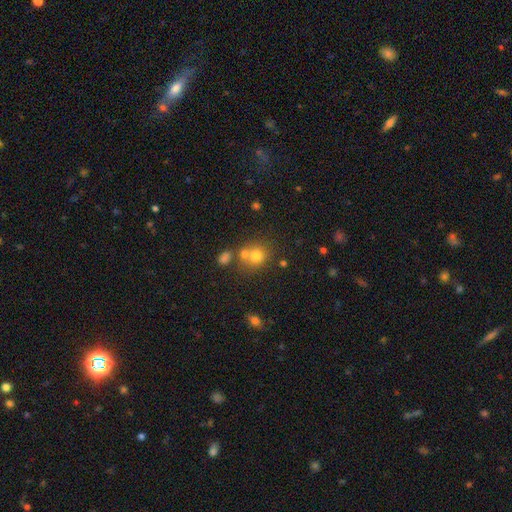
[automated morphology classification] This is likely a smooth galaxy (73%). How rounded: likely round (80%). Merging: possibly none (53%).